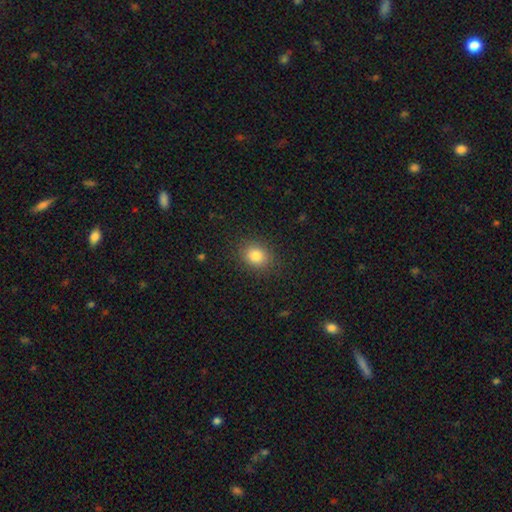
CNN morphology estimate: Smooth or featured?
  - smooth: 84% *
  - star or artifact: 11%
  - featured or disk: 6%
How rounded?
  - round: 58% *
  - in between: 41%
  - cigar-shaped: 1%
Merging?
  - none: 87% *
  - minor disturbance: 9%
  - major disturbance: 3%
  - merger: 1%